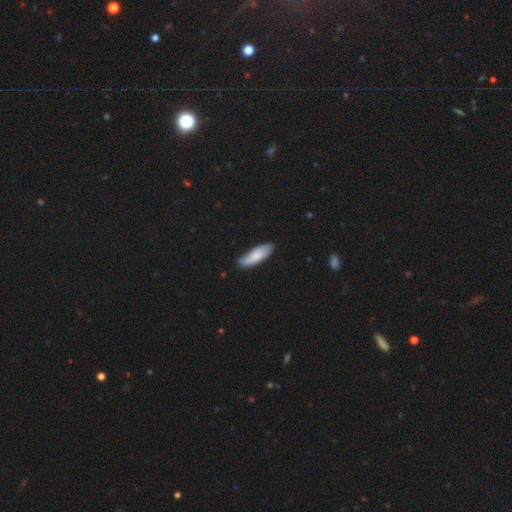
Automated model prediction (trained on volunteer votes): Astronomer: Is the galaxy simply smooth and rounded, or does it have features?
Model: smooth — 75%.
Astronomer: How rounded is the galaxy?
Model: in between — 59% (runner-up: cigar-shaped, 39%).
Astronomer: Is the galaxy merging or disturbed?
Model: none — 68%.